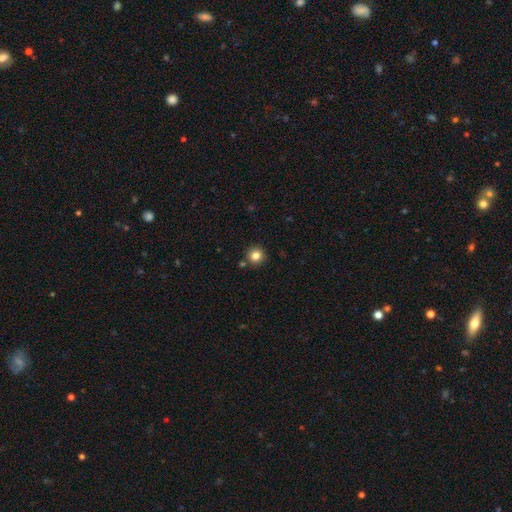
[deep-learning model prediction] This is clearly a smooth galaxy (82%). How rounded: clearly round (94%). Merging: clearly none (86%).